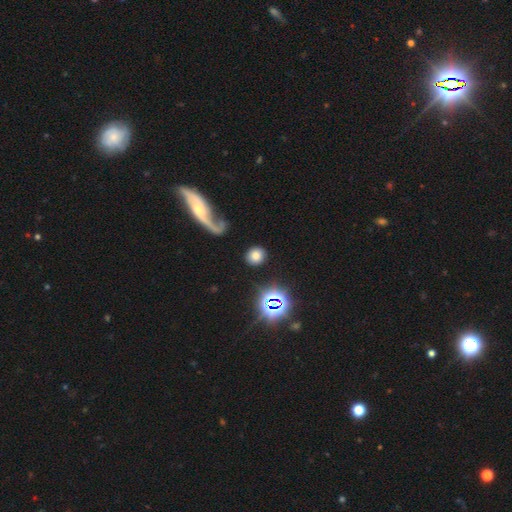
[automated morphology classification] The model was most divided on "smooth or featured": smooth: 72%, star or artifact: 15%, featured or disk: 13%. More confident: merging — none (85%); how rounded — round (81%).